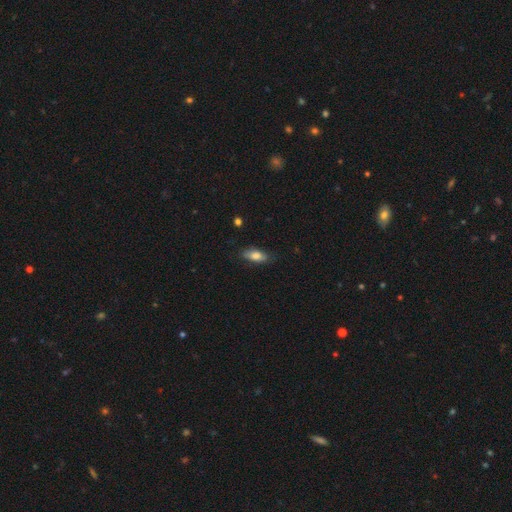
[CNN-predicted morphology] A smooth galaxy with no disk features (78%) that is in between round and cigar-shaped (82%). Merging: none (74%).